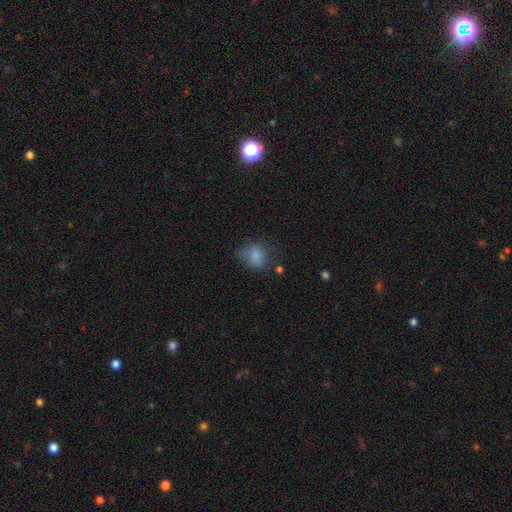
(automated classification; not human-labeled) This appears to be a smooth galaxy with no disk features (77%) that is round (61%). Merging: none (55%).